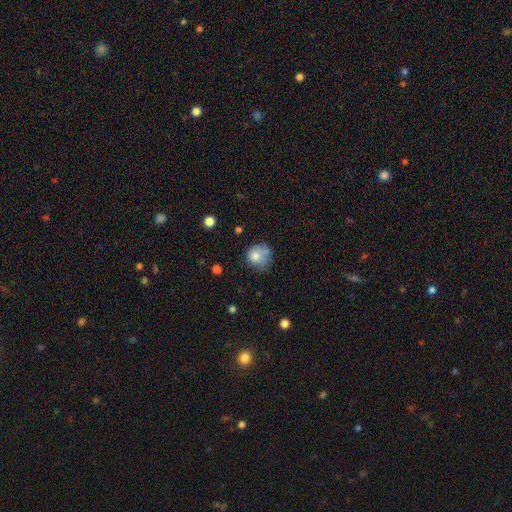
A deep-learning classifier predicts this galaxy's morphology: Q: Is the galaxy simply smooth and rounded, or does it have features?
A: smooth — 74%.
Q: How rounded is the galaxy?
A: round — 80%.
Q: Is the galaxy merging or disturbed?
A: none — 47%.